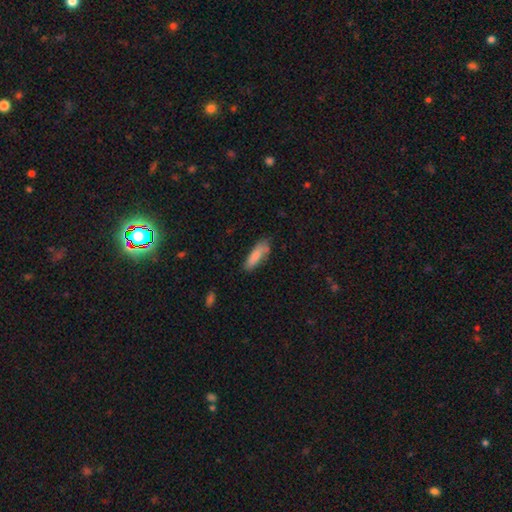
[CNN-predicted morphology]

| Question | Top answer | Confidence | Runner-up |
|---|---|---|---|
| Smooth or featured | smooth | 81% | featured or disk (12%) |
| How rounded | cigar-shaped | 53% | in between (46%) |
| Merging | none | 64% | minor disturbance (27%) |